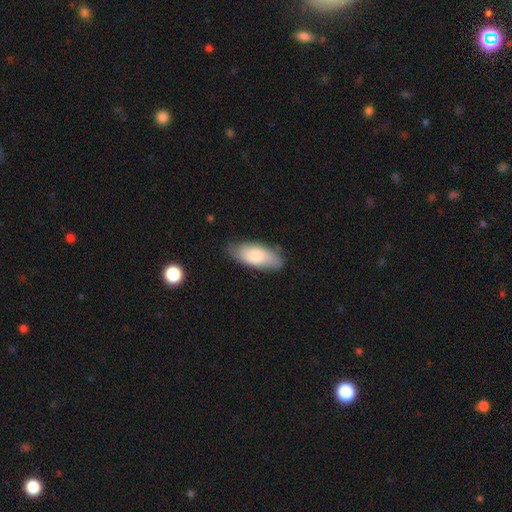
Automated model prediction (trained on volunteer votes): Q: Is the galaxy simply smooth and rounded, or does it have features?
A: smooth — 75%.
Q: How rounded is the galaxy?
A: in between — 85%.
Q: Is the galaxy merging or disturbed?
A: none — 75%.